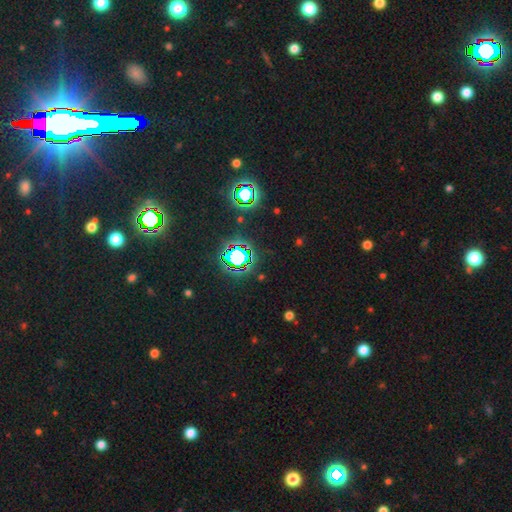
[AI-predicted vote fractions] star or artifact 81%, smooth 11%, featured or disk 8%.